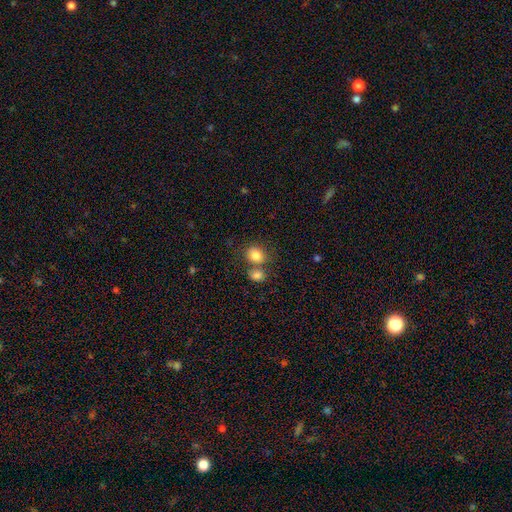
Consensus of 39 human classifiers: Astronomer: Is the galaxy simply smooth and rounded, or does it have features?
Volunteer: smooth — 92%.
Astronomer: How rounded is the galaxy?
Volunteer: in between — 56% (runner-up: round, 44%).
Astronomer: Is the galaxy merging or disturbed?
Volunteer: none — 49% (runner-up: merger, 38%).